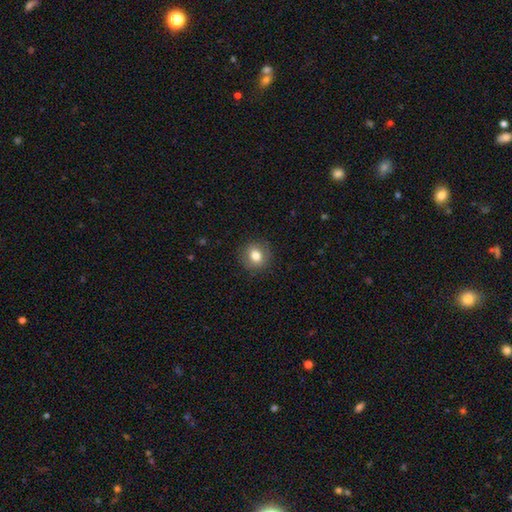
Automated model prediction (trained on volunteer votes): Overall: smooth (80%). How rounded: round (81%). Merging: none (88%).